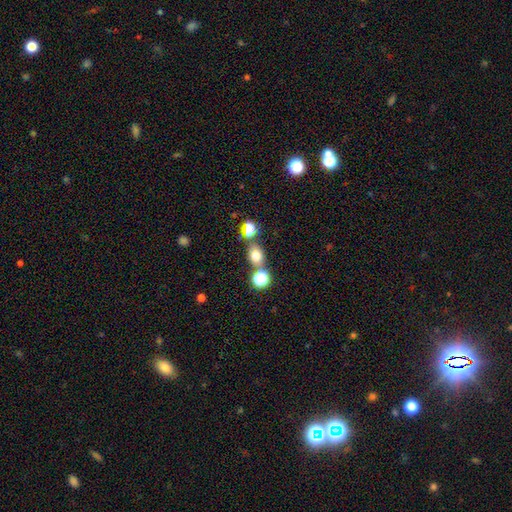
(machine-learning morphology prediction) A smooth galaxy with no disk features (71%) that is round (52%). Merging: none (68%).